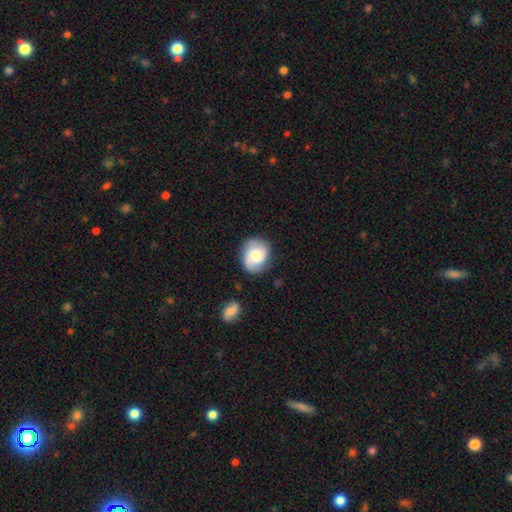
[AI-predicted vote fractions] The model was most divided on "smooth or featured": smooth: 50%, featured or disk: 43%, star or artifact: 7%. More confident: merging — none (74%).